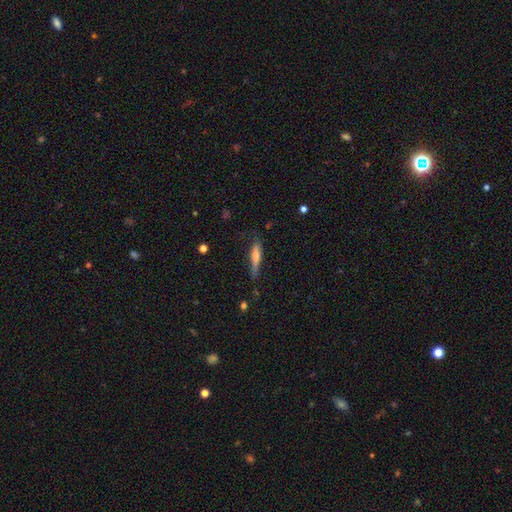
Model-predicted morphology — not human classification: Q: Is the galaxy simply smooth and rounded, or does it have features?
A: smooth — 51%.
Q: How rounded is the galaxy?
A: cigar-shaped — 86%.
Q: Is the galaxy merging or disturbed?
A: none — 70%.